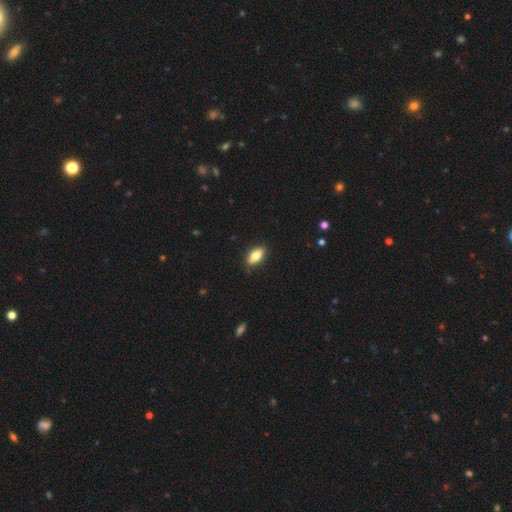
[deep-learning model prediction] Smooth or featured?
  - smooth: 71% *
  - featured or disk: 22%
  - star or artifact: 7%
How rounded?
  - in between: 81% *
  - cigar-shaped: 15%
  - round: 4%
Merging?
  - none: 86% *
  - minor disturbance: 11%
  - major disturbance: 2%
  - merger: 1%